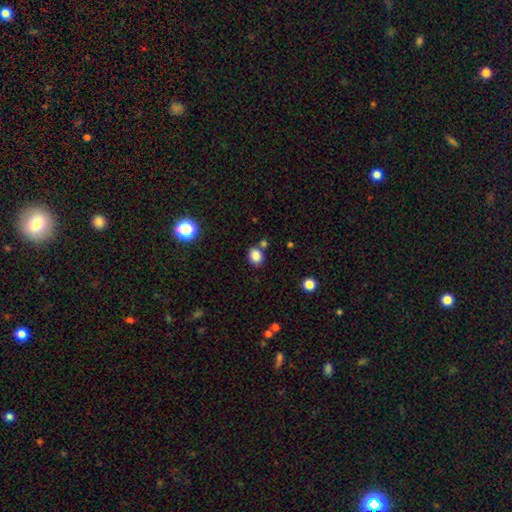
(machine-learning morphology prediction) Smooth or featured? smooth (85%)
How rounded? in between (50%)
Merging? none (71%)